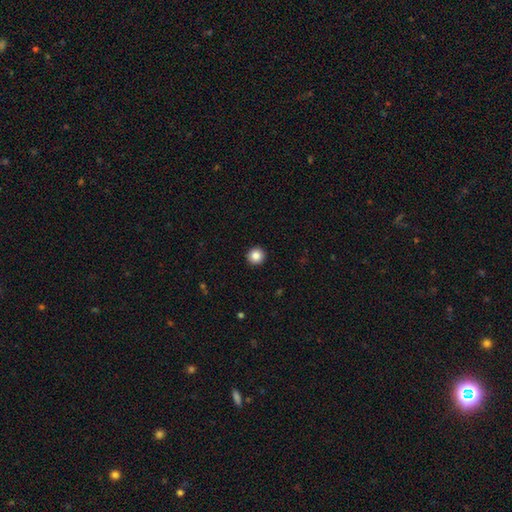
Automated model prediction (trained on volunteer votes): Smooth or featured: smooth — 86% (star or artifact — 10%)
How rounded: round — 95% (in between — 4%)
Merging: none — 94% (minor disturbance — 4%)